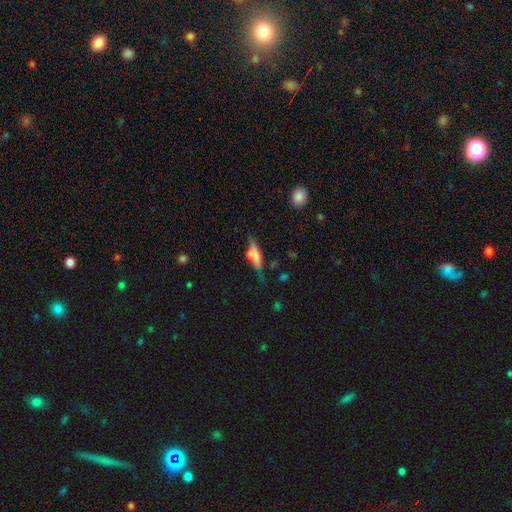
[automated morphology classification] A featured or disk galaxy (46%). Merging: none (56%).